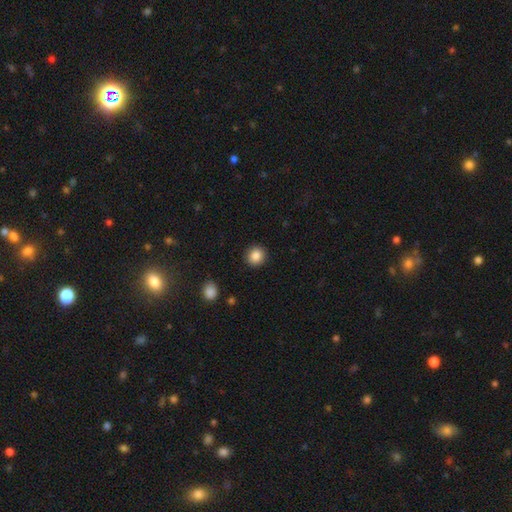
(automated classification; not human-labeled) smooth-or-featured: smooth: 86% | star or artifact: 9% | featured or disk: 5%
  how-rounded: round: 89% | in between: 10% | cigar-shaped: 1%
  merging: none: 91% | minor disturbance: 5% | major disturbance: 2% | merger: 1%